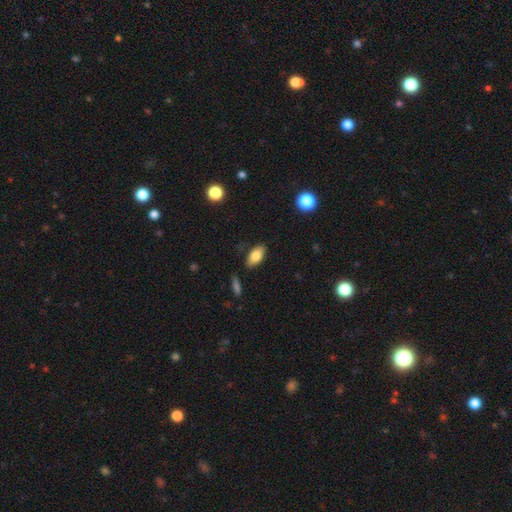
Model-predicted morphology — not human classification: The model was most divided on "smooth or featured": smooth: 81%, featured or disk: 12%, star or artifact: 7%. More confident: how rounded — in between (90%); merging — none (85%).